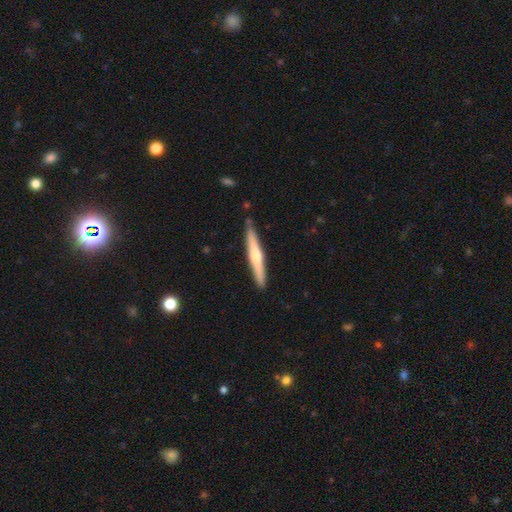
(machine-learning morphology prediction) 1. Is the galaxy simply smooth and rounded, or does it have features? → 54% featured or disk, 41% smooth, 5% star or artifact.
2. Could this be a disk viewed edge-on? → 97% yes, 3% no.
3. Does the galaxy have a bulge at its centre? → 77% rounded, 18% none, 5% boxy.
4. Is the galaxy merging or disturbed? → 88% none, 9% minor disturbance, 2% merger, 1% major disturbance.